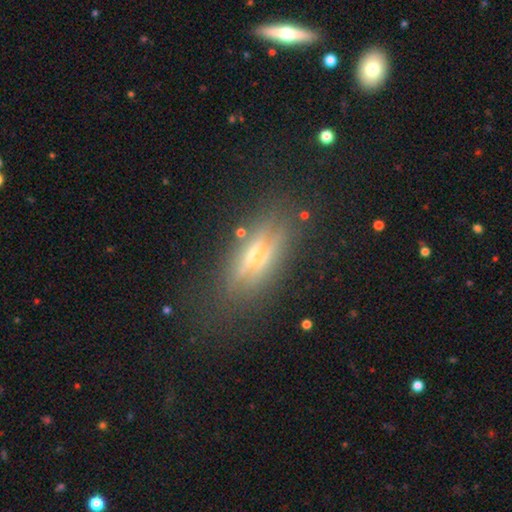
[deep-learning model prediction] Morphology: type=featured or disk (67%); edge-on=yes (88%); edge-on bulge=rounded (87%); merging=none (77%).